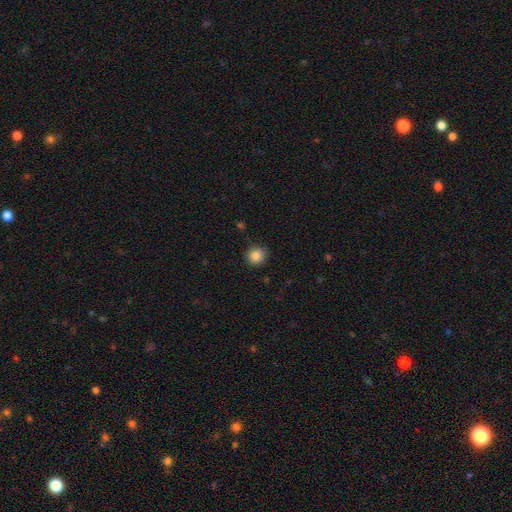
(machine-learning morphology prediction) Overall: smooth (86%). How rounded: round (90%). Merging: none (86%).